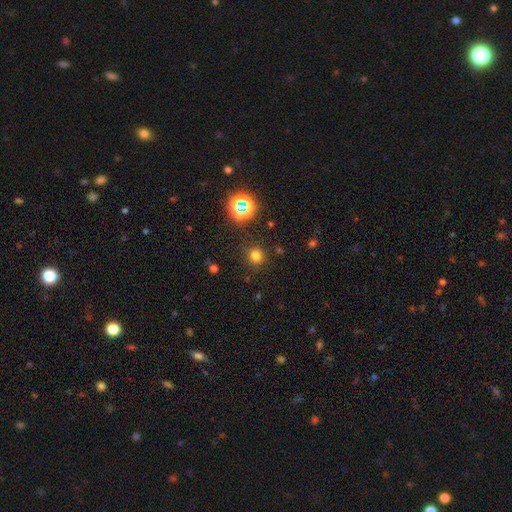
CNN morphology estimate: Overall: smooth (72%). How rounded: round (92%). Merging: none (86%).